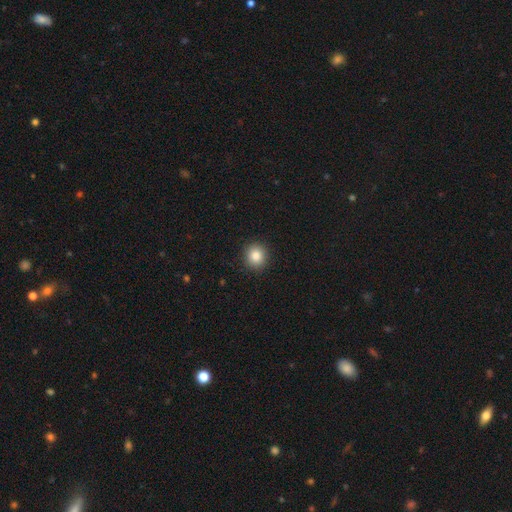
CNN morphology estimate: smooth 85%, star or artifact 10%, featured or disk 5%. Down the decision tree: how rounded — round (88%); merging — none (91%).